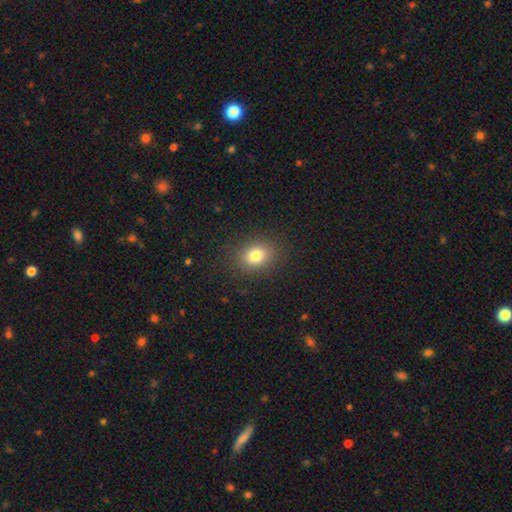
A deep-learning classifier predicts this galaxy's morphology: The model was most divided on "how rounded": round: 53%, in between: 46%, cigar-shaped: 1%. More confident: merging — none (87%); smooth or featured — smooth (80%).